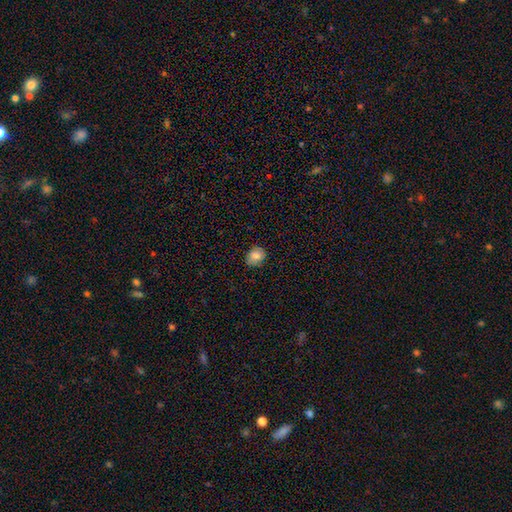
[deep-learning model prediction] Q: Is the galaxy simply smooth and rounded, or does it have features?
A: smooth — 81%.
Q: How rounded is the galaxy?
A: round — 59%.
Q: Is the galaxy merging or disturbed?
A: none — 83%.